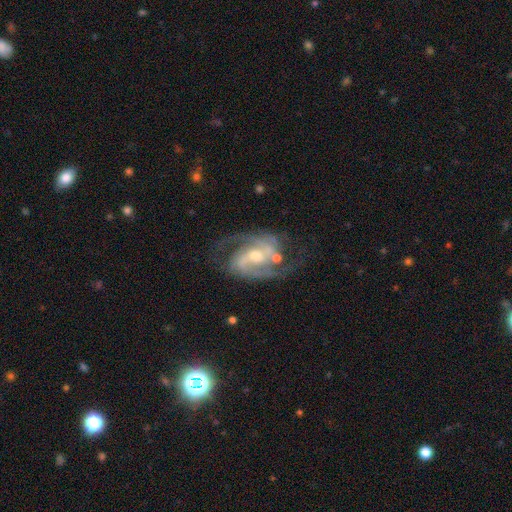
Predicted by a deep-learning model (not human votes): Overall: featured or disk (91%). Edge-on disk: no (97%). Bar: weak (45%; no 33%). Spiral arms: yes (98%). Spiral arm count: 2 (77%). Spiral winding: medium (58%; tight 27%). Bulge size: moderate (56%; small 39%). Merging: none (67%).